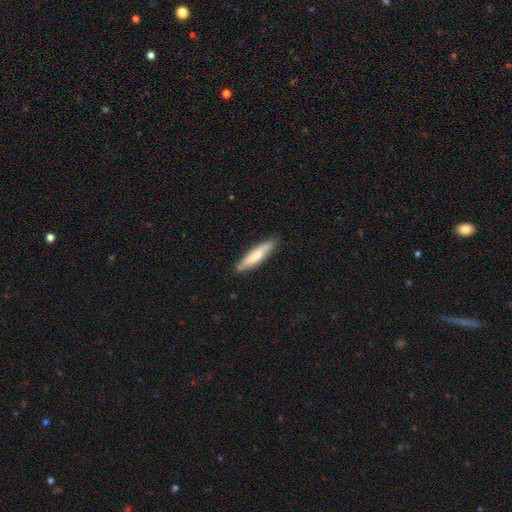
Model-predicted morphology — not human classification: A smooth galaxy with no disk features (71%) that is cigar-shaped (78%).

Vote fractions:
- Smooth or featured? smooth: 71% / featured or disk: 24% / star or artifact: 5%
- How rounded? cigar-shaped: 78% / in between: 21% / round: 1%
- Merging? none: 82% / minor disturbance: 14% / major disturbance: 2% / merger: 1%